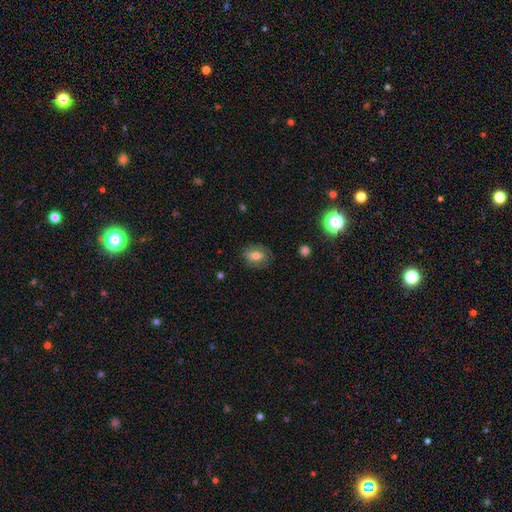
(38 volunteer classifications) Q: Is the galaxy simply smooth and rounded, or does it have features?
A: smooth — 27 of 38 (71%).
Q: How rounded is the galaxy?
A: in between — 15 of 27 (56%).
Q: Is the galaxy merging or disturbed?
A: none — 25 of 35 (71%).